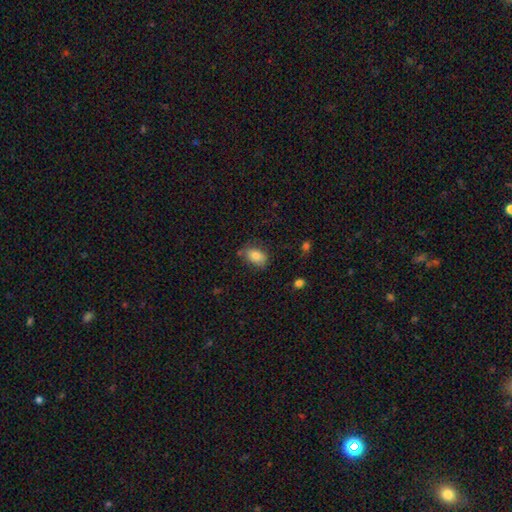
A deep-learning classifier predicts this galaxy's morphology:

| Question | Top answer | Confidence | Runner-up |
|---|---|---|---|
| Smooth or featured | smooth | 82% | featured or disk (10%) |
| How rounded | in between | 86% | round (12%) |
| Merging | none | 72% | minor disturbance (20%) |